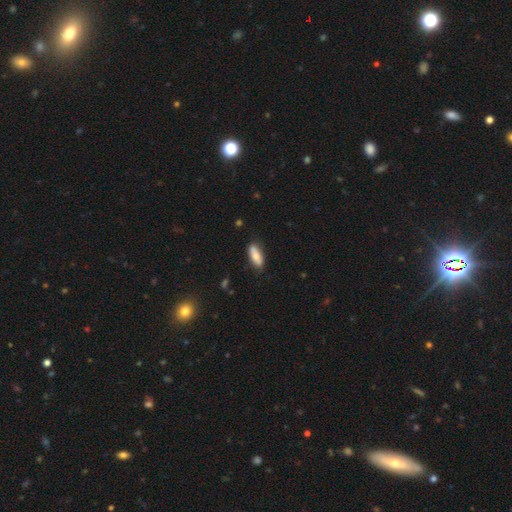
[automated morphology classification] This appears to be a smooth galaxy with no disk features (73%) that is in between round and cigar-shaped (71%). Merging: none (78%).